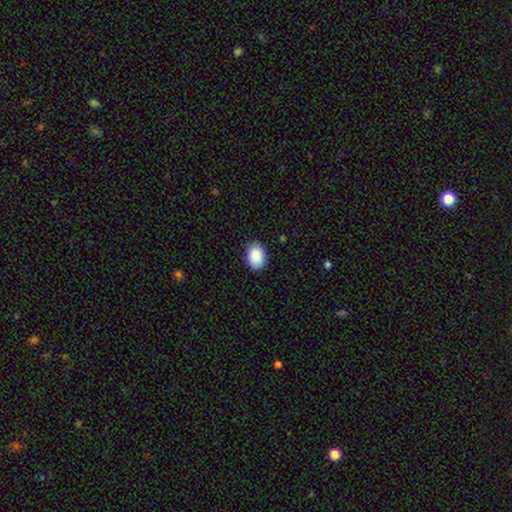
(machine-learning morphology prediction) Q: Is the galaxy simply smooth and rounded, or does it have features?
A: smooth — 89%.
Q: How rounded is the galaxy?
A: in between — 79%.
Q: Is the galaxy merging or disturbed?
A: none — 85%.